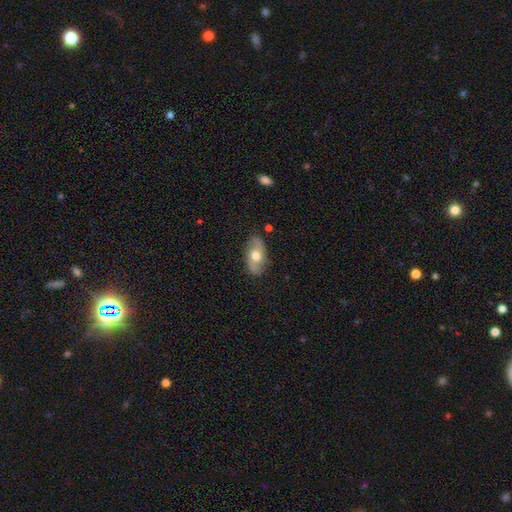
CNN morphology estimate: The model was most divided on "smooth or featured": featured or disk: 48%, smooth: 45%, star or artifact: 6%. More confident: merging — none (81%).